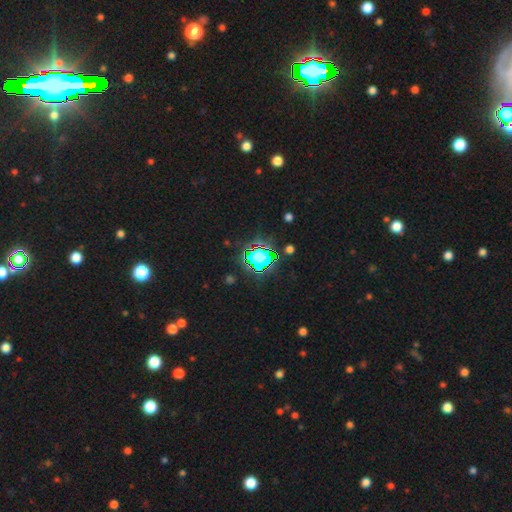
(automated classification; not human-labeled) star or artifact 67%, smooth 23%, featured or disk 10%.